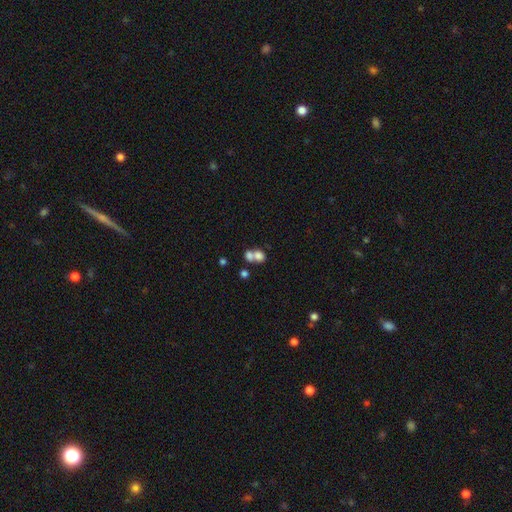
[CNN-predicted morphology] This is likely a smooth galaxy (73%). How rounded: possibly round (56%). Merging: likely merger (61%).